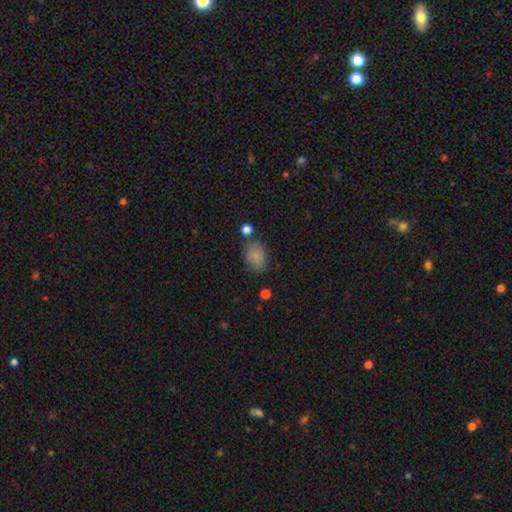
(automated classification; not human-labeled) smooth 84%, star or artifact 9%, featured or disk 8%. Down the decision tree: how rounded — in between (77%); merging — none (70%).